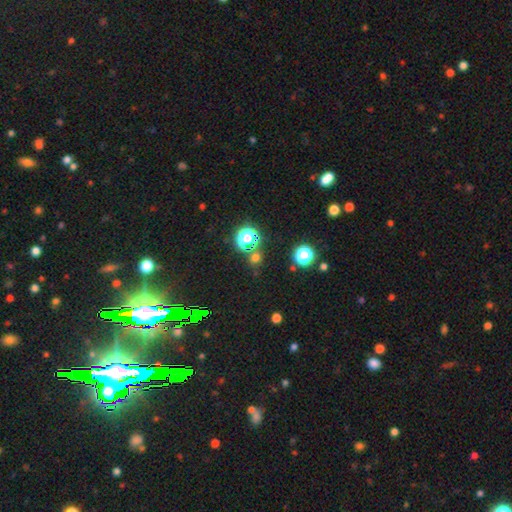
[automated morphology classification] Smooth or featured: star or artifact — 69% (smooth — 24%)